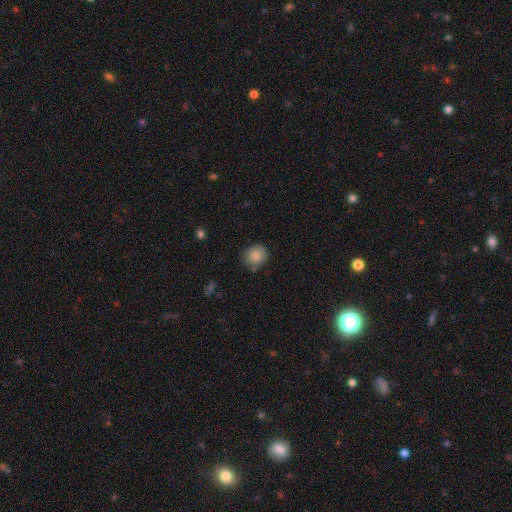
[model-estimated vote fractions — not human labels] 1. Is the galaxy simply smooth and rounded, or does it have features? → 86% smooth, 9% star or artifact, 5% featured or disk.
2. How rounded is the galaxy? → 76% round, 24% in between, 1% cigar-shaped.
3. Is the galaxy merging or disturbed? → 78% none, 15% minor disturbance, 3% major disturbance, 3% merger.